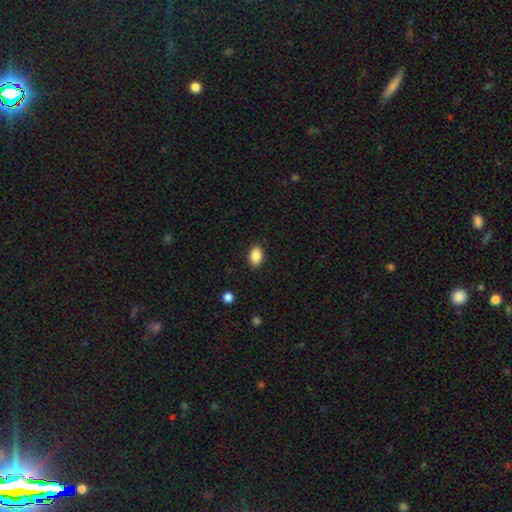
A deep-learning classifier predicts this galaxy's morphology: This is clearly a smooth galaxy (87%). How rounded: clearly in between (85%). Merging: clearly none (88%).